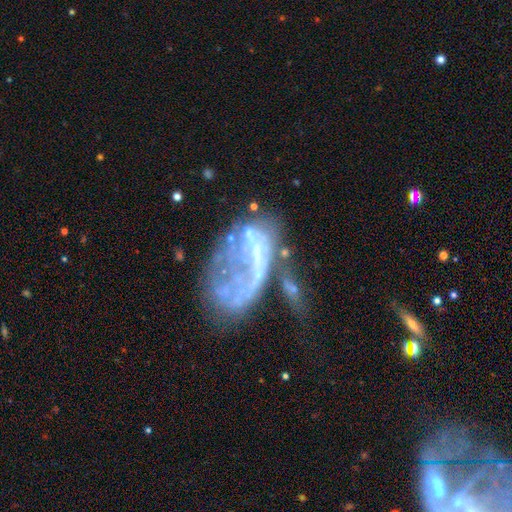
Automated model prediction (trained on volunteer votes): Smooth or featured? featured or disk (68%)
Edge-on disk? no (96%)
Bar? no (72%)
Spiral arms? no (76%)
Bulge size? none (62%)
Merging? major disturbance (43%)